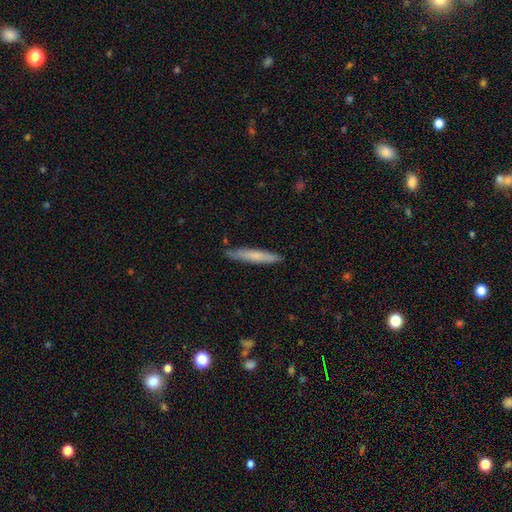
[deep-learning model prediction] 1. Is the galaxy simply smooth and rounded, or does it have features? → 67% smooth, 27% featured or disk, 6% star or artifact.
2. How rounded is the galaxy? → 94% cigar-shaped, 5% in between, 1% round.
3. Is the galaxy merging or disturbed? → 86% none, 11% minor disturbance, 2% major disturbance, 1% merger.